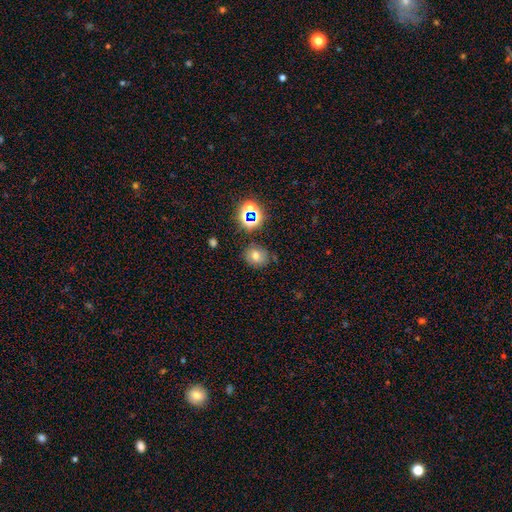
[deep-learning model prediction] Morphology: type=smooth (66%); roundness=round (64%); merging=none (78%).